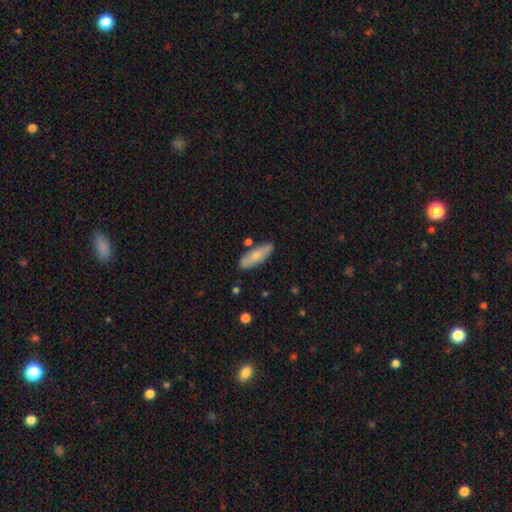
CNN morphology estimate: This appears to be a smooth galaxy with no disk features (70%) that is in between round and cigar-shaped (54%). Merging: none (80%).